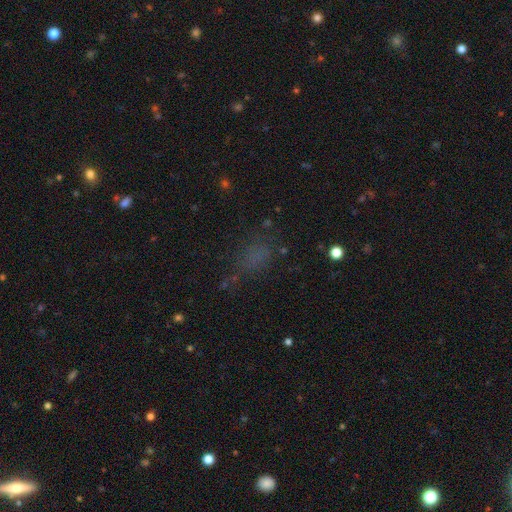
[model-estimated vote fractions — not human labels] smooth_or_featured: smooth (p=0.55) [alt: star or artifact p=0.32]
how_rounded: in between (p=0.65) [alt: round p=0.23]
merging: none (p=0.55) [alt: minor disturbance p=0.21]